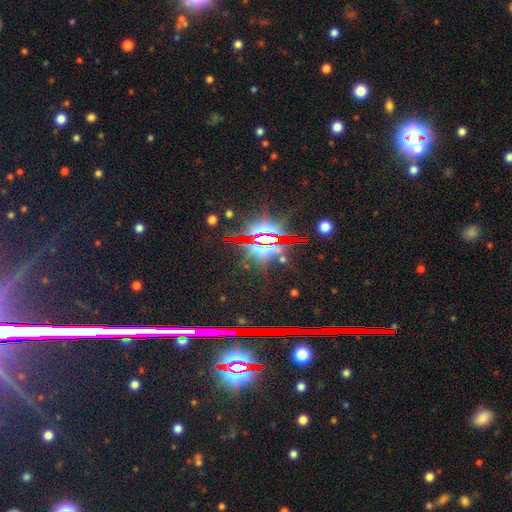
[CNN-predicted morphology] Q: Smooth or featured?
A: star or artifact (82%); runner-up: featured or disk (9%)